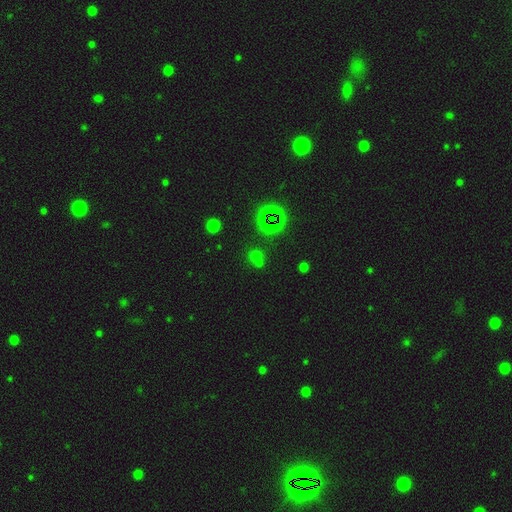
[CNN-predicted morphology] This is possibly a star or artifact rather than a galaxy (46%).